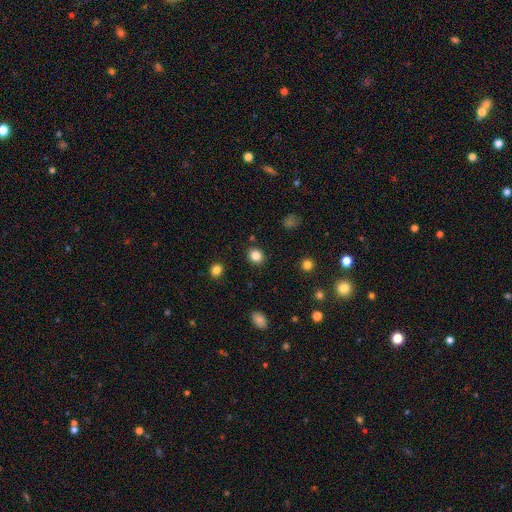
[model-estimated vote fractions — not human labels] This is clearly a smooth galaxy (84%). How rounded: likely round (75%). Merging: clearly none (89%).